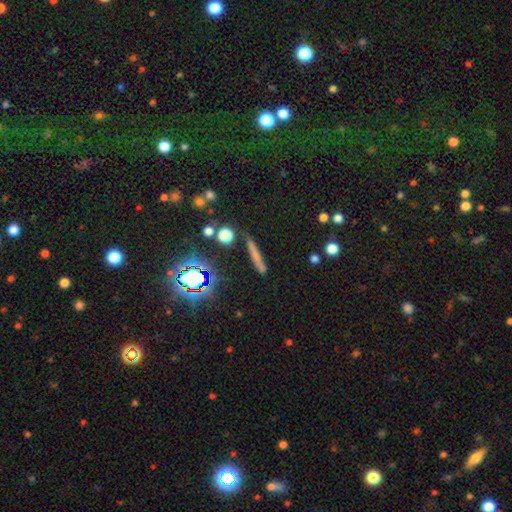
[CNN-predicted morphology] A smooth galaxy with no disk features (60%) that is cigar-shaped (89%).

Vote fractions:
- Smooth or featured? smooth: 60% / featured or disk: 23% / star or artifact: 17%
- How rounded? cigar-shaped: 89% / in between: 5% / round: 5%
- Merging? none: 81% / minor disturbance: 12% / major disturbance: 3% / merger: 3%